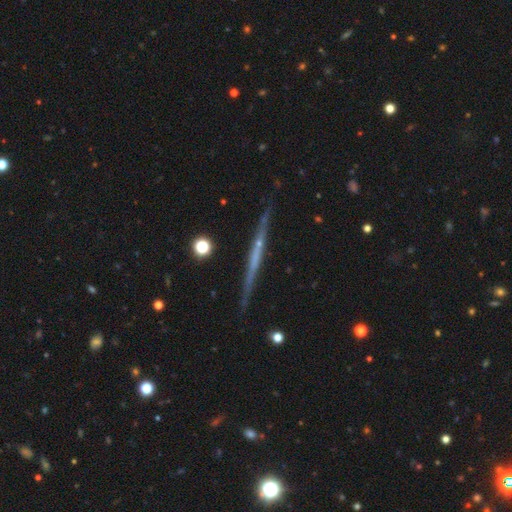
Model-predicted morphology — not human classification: smooth_or_featured: featured or disk (p=0.70) [alt: smooth p=0.24]
disk_edge_on: yes (p=0.97) [alt: no p=0.03]
edge_on_bulge: none (p=0.79) [alt: rounded p=0.15]
merging: none (p=0.88) [alt: minor disturbance p=0.09]